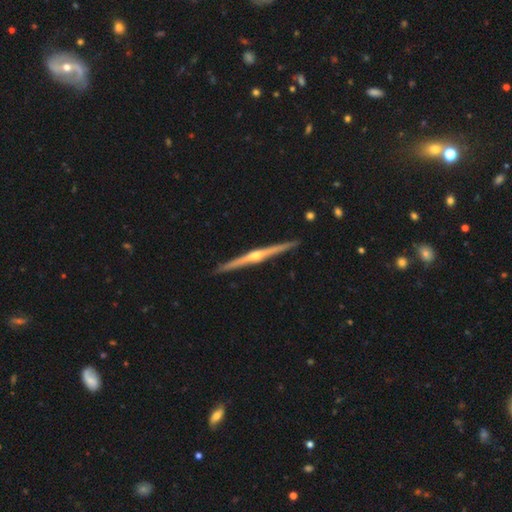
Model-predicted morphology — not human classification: This appears to be a featured or disk galaxy (87%) viewed edge-on (99%) with a rounded central bulge (90%). Merging: none (93%).